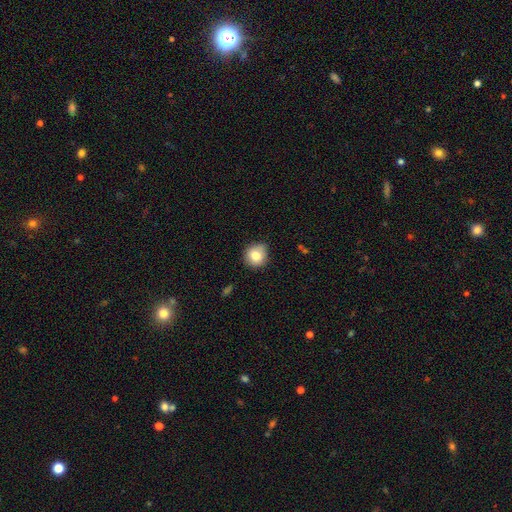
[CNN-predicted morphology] This appears to be a smooth galaxy with no disk features (80%) that is round (86%). Merging: none (74%).